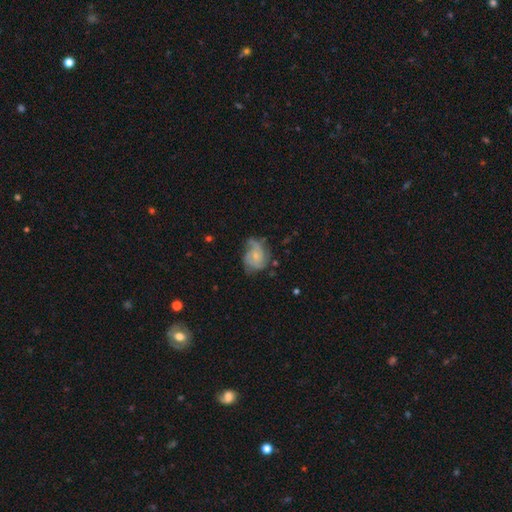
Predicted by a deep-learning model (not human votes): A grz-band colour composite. It shows a featured or disk galaxy (69%) with no bar (72%), 2 (32%) medium (41%) spiral arms (88%) and a small central bulge (67%). Merging: none (46%).